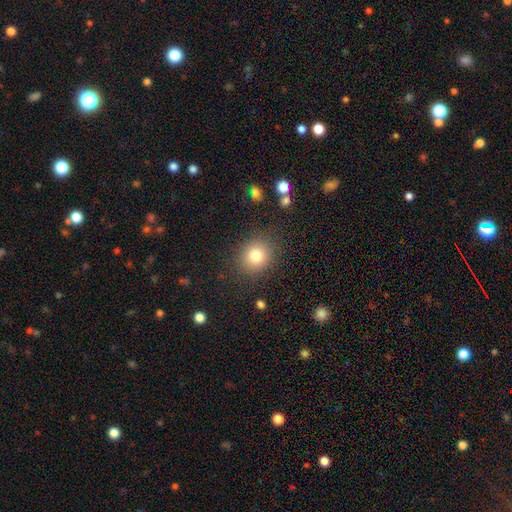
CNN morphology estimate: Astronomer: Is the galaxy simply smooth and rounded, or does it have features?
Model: smooth — 80%.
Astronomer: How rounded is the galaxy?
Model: round — 75%.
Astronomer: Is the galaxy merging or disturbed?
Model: none — 85%.